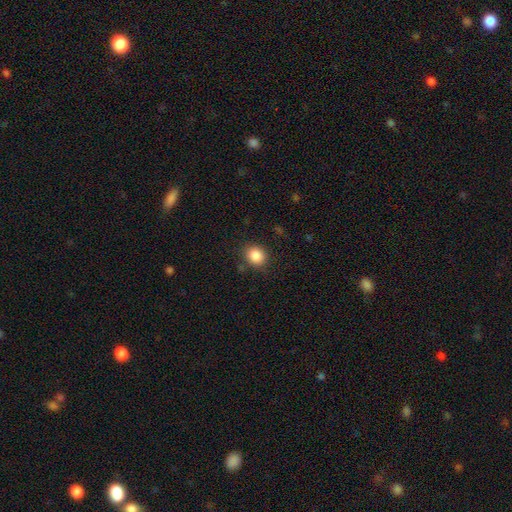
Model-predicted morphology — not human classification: Smooth or featured?
  - smooth: 86% *
  - star or artifact: 9%
  - featured or disk: 4%
How rounded?
  - round: 67% *
  - in between: 32%
  - cigar-shaped: 1%
Merging?
  - none: 84% *
  - minor disturbance: 10%
  - major disturbance: 3%
  - merger: 2%